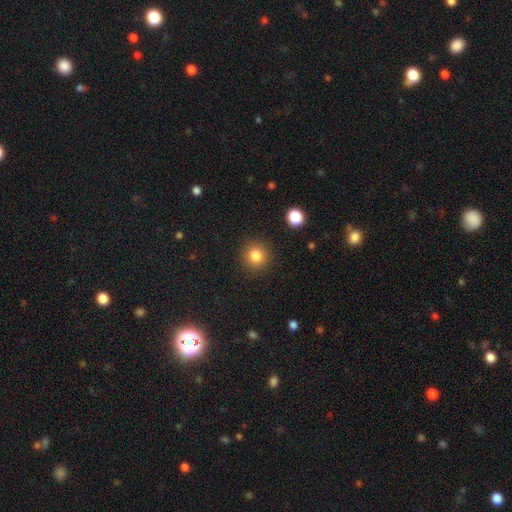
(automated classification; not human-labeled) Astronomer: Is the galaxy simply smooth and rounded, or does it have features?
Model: smooth — 83%.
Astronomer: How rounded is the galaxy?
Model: round — 93%.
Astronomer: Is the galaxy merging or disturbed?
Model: none — 90%.